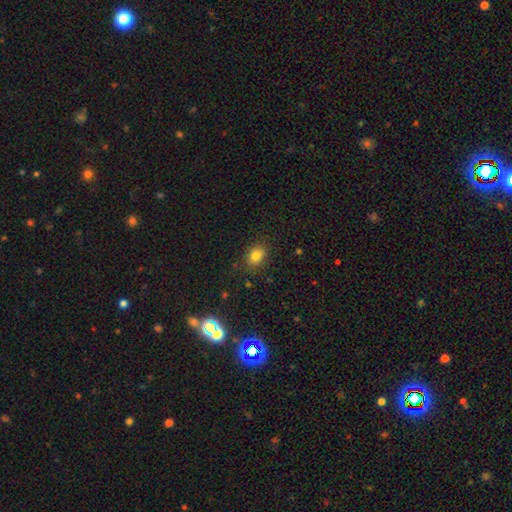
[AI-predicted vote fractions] smooth-or-featured: smooth: 79% | star or artifact: 13% | featured or disk: 7%
  how-rounded: in between: 59% | round: 40% | cigar-shaped: 1%
  merging: none: 84% | minor disturbance: 11% | major disturbance: 3% | merger: 1%